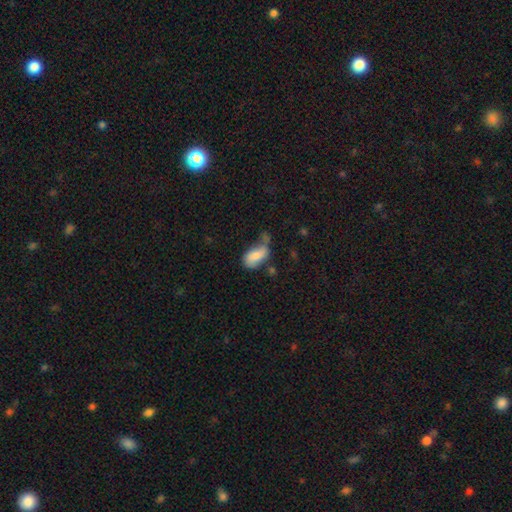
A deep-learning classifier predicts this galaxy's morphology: The model was most divided on "merging": none: 34%, minor disturbance: 32%, major disturbance: 20%, merger: 14%. More confident: how rounded — in between (91%); smooth or featured — smooth (69%).